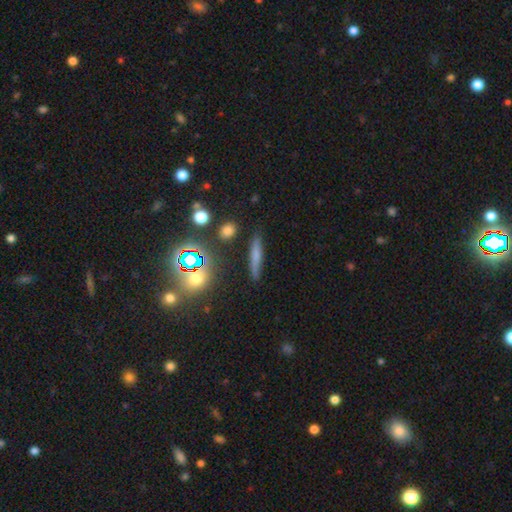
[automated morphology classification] Smooth or featured?
  - smooth: 60% *
  - featured or disk: 23%
  - star or artifact: 17%
How rounded?
  - cigar-shaped: 85% *
  - in between: 10%
  - round: 6%
Merging?
  - none: 85% *
  - minor disturbance: 9%
  - merger: 3%
  - major disturbance: 3%